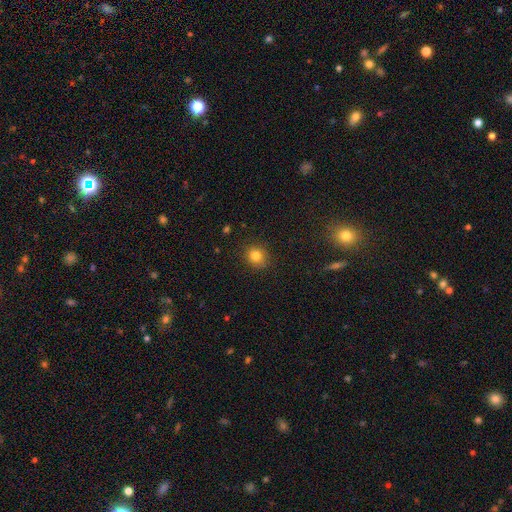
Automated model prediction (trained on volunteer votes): A smooth galaxy with no disk features (82%) that is round (80%).

Vote fractions:
- Smooth or featured? smooth: 82% / star or artifact: 12% / featured or disk: 6%
- How rounded? round: 80% / in between: 19% / cigar-shaped: 1%
- Merging? none: 88% / minor disturbance: 9% / major disturbance: 2% / merger: 1%